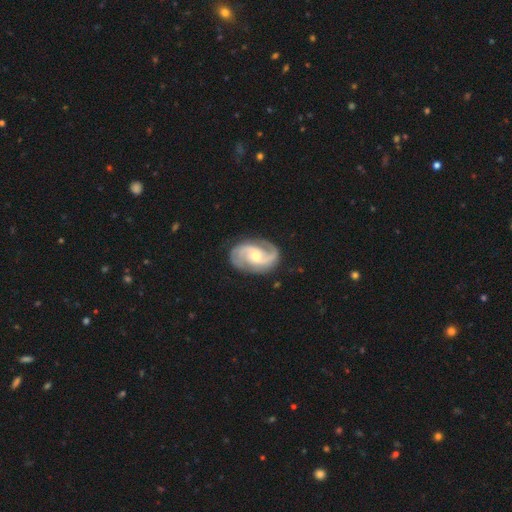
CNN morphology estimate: This is clearly a featured or disk galaxy (91%). It is clearly not viewed edge-on (98%). Bar: possibly no (47%). Spiral arm pattern: clearly yes (98%). Spiral arm count: clearly 2 (87%). Spiral winding: possibly medium (55%). Central bulge: possibly moderate (59%). Merging: clearly none (81%).